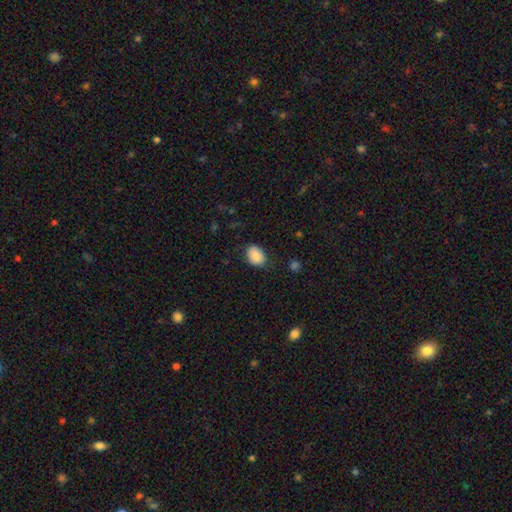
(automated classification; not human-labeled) Smooth or featured?
  - smooth: 86% *
  - star or artifact: 8%
  - featured or disk: 7%
How rounded?
  - in between: 67% *
  - round: 32%
  - cigar-shaped: 1%
Merging?
  - none: 77% *
  - minor disturbance: 18%
  - major disturbance: 4%
  - merger: 1%